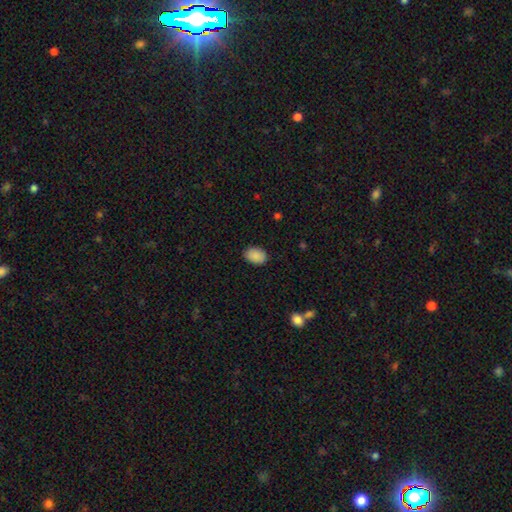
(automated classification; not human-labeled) Smooth or featured?
  - smooth: 90% *
  - star or artifact: 7%
  - featured or disk: 3%
How rounded?
  - in between: 83% *
  - round: 16%
  - cigar-shaped: 1%
Merging?
  - none: 88% *
  - minor disturbance: 9%
  - major disturbance: 2%
  - merger: 1%